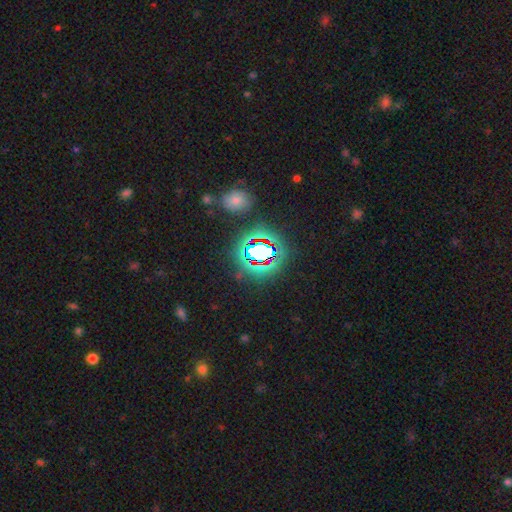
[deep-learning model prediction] star or artifact 69%, smooth 20%, featured or disk 10%.